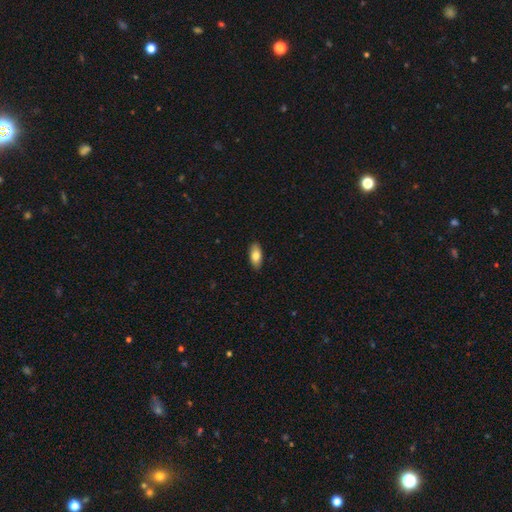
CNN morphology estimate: Smooth or featured?
  - smooth: 81% *
  - featured or disk: 13%
  - star or artifact: 6%
How rounded?
  - in between: 89% *
  - cigar-shaped: 9%
  - round: 3%
Merging?
  - none: 89% *
  - minor disturbance: 9%
  - major disturbance: 2%
  - merger: 1%